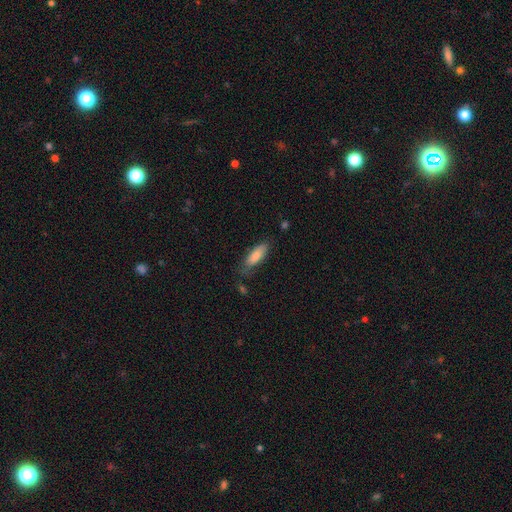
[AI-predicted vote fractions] This appears to be a smooth galaxy with no disk features (83%) that is in between round and cigar-shaped (61%). Merging: none (67%).